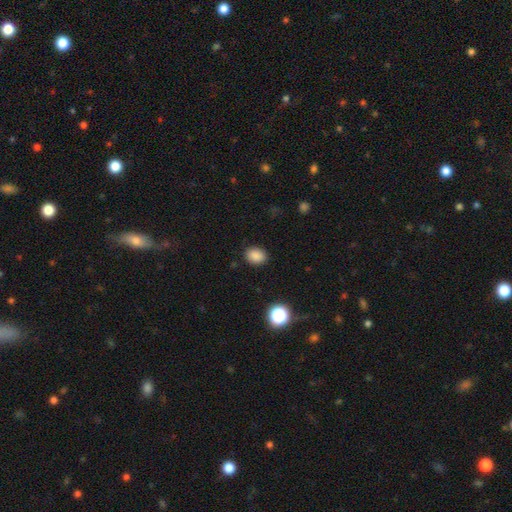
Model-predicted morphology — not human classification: type=smooth (85%); roundness=in between (56%); merging=none (88%).